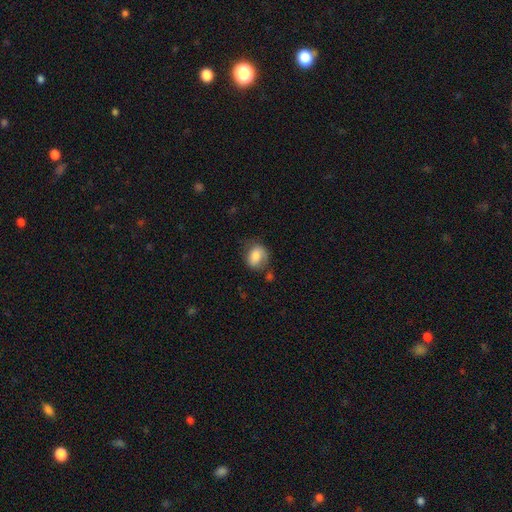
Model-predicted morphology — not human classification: Smooth or featured? smooth (78%)
How rounded? in between (51%)
Merging? none (59%)